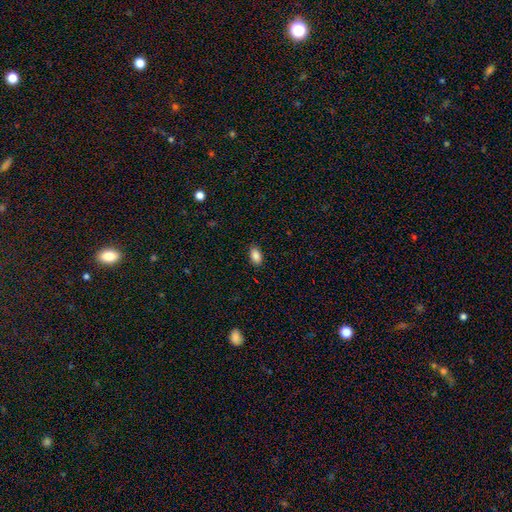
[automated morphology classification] smooth 88%, star or artifact 8%, featured or disk 4%. Down the decision tree: how rounded — in between (90%); merging — none (86%).